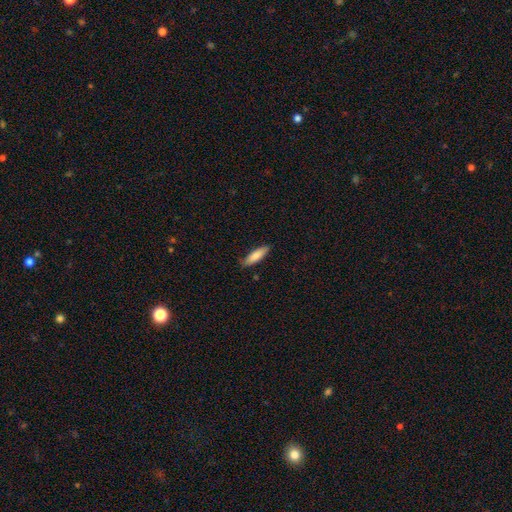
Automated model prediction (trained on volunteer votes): smooth_or_featured: smooth (p=0.81) [alt: featured or disk p=0.13]
how_rounded: cigar-shaped (p=0.64) [alt: in between p=0.35]
merging: none (p=0.82) [alt: minor disturbance p=0.15]